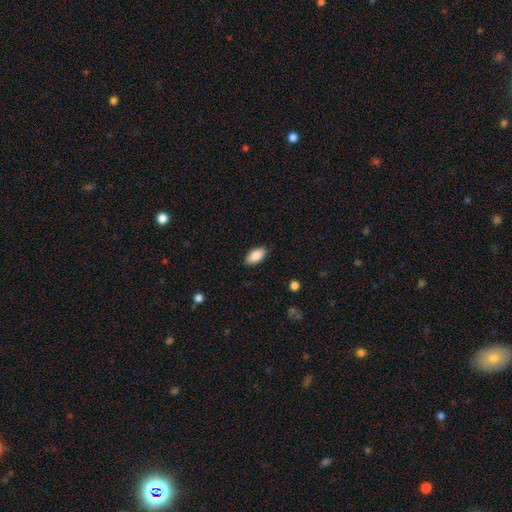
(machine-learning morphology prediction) The model was most divided on "merging": none: 88%, minor disturbance: 9%, major disturbance: 2%, merger: 1%. More confident: how rounded — in between (92%); smooth or featured — smooth (87%).